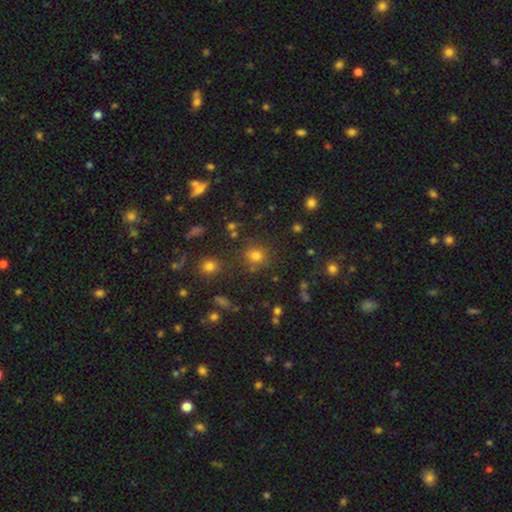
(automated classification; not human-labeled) Smooth or featured: smooth — 72% (star or artifact — 21%)
How rounded: round — 85% (in between — 14%)
Merging: none — 79% (minor disturbance — 10%)